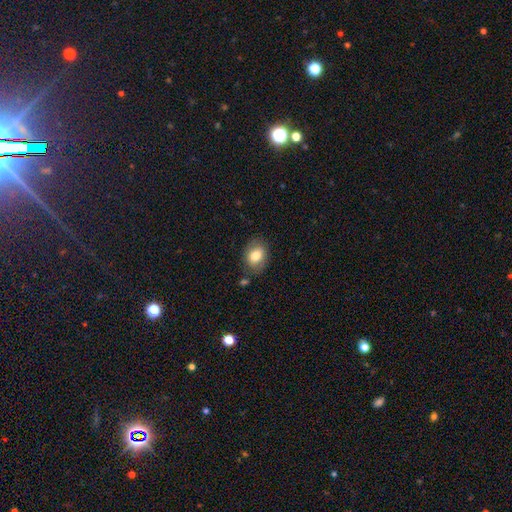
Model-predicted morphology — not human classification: Smooth or featured? Predicted: smooth (p=0.78). How rounded? Predicted: in between (p=0.69). Merging? Predicted: none (p=0.77).